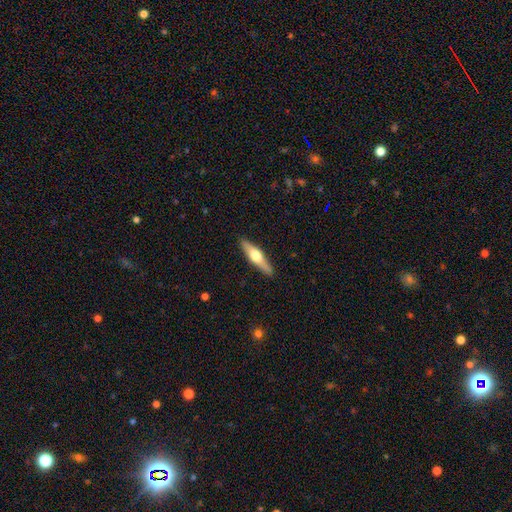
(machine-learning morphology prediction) featured or disk 54%, smooth 41%, star or artifact 5%. Down the decision tree: edge-on disk — yes (94%); edge-on bulge — rounded (93%); merging — none (90%).